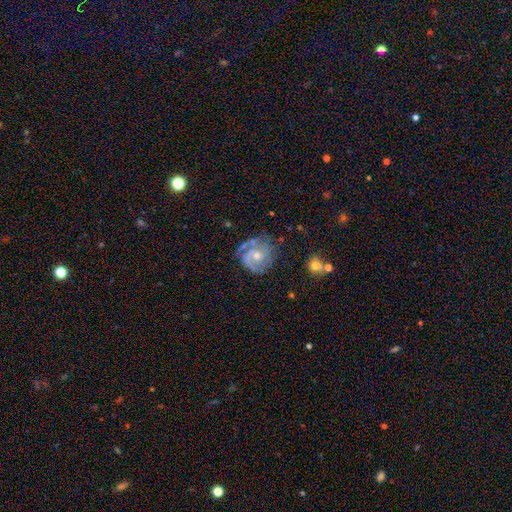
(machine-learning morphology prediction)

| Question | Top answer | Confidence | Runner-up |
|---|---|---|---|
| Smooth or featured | featured or disk | 80% | smooth (14%) |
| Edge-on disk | no | 98% | yes (2%) |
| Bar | no | 72% | weak (24%) |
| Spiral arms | yes | 92% | no (8%) |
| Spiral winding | tight | 58% | medium (32%) |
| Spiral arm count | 2 | 37% | can't tell (22%) |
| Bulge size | moderate | 51% | small (45%) |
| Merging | none | 60% | minor disturbance (23%) |